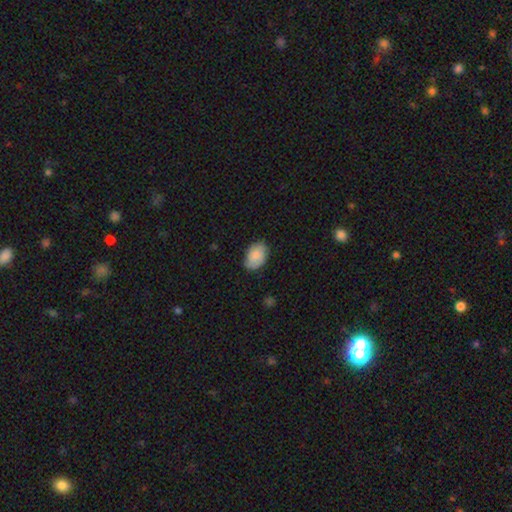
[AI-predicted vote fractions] Smooth or featured? Predicted: smooth (p=0.84). How rounded? Predicted: in between (p=0.86). Merging? Predicted: none (p=0.78).